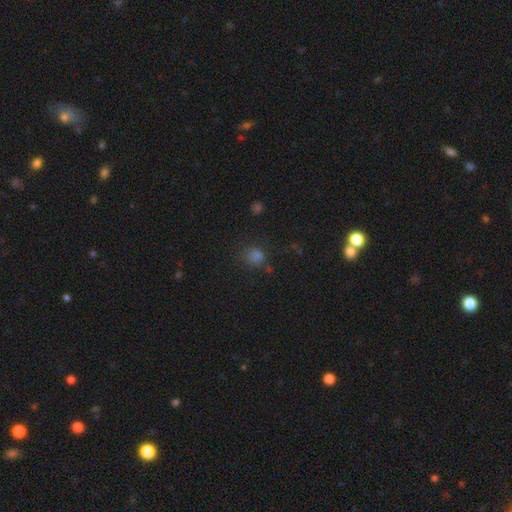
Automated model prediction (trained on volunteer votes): A smooth galaxy with no disk features (69%) that is round (81%).

Vote fractions:
- Smooth or featured? smooth: 69% / star or artifact: 25% / featured or disk: 6%
- How rounded? round: 81% / in between: 18% / cigar-shaped: 1%
- Merging? none: 76% / minor disturbance: 13% / major disturbance: 6% / merger: 5%